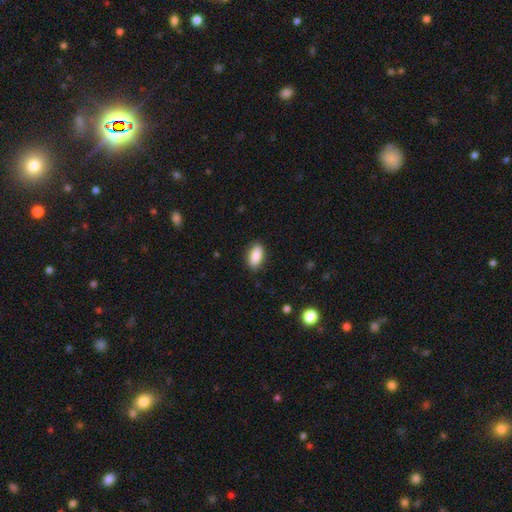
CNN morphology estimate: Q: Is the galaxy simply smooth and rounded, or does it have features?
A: smooth — 87%.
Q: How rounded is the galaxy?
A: in between — 91%.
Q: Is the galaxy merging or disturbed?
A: none — 87%.